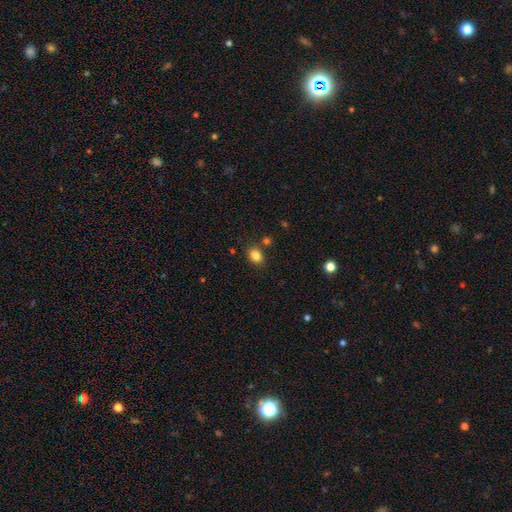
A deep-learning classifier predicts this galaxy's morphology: This is clearly a smooth galaxy (83%). How rounded: possibly in between (54%). Merging: likely none (79%).